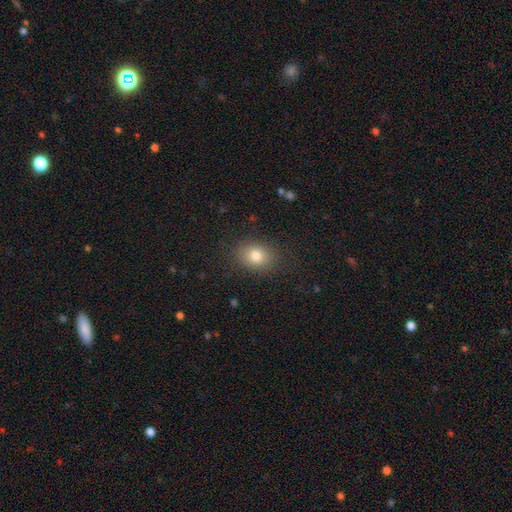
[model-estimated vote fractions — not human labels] The model was most divided on "how rounded": in between: 55%, round: 44%, cigar-shaped: 1%. More confident: merging — none (86%); smooth or featured — smooth (79%).